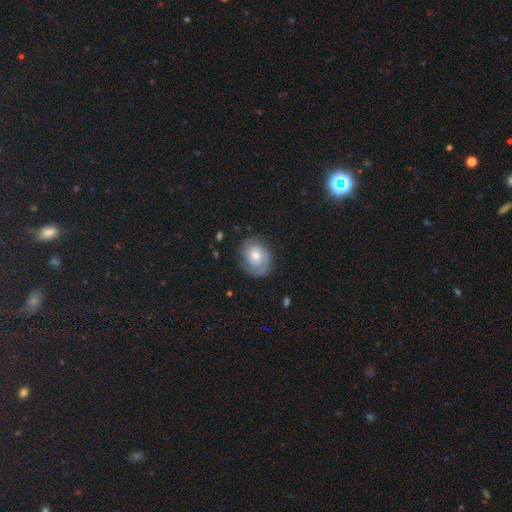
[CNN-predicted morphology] type=featured or disk (66%); edge-on=no (97%); bar=no (77%); spiral arms=yes (87%); winding=tight (65%); arm count=2 (44%); bulge=moderate (62%); merging=none (77%).